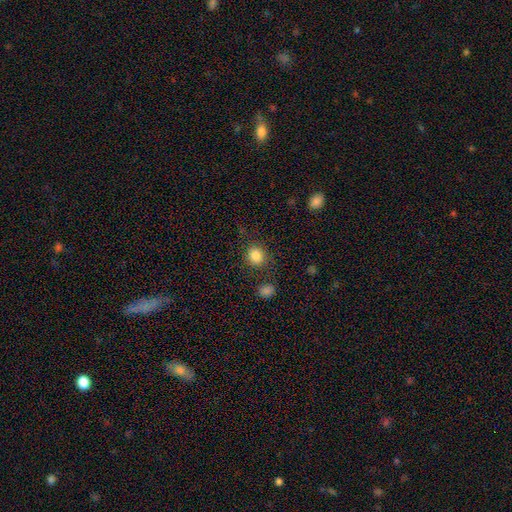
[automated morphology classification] A smooth galaxy with no disk features (85%) that is round (82%). Merging: none (82%).